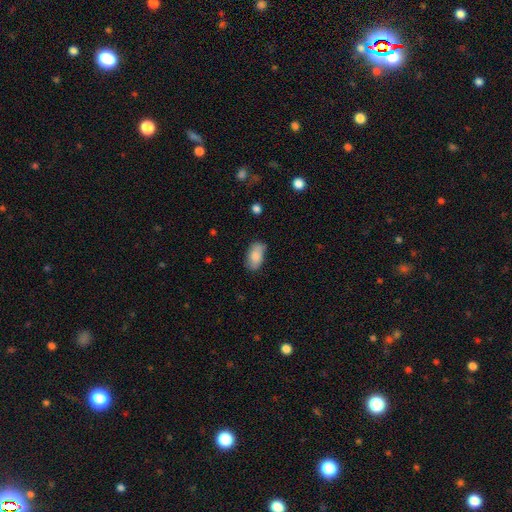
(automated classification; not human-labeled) Smooth or featured? Predicted: smooth (p=0.83). How rounded? Predicted: in between (p=0.93). Merging? Predicted: none (p=0.65).